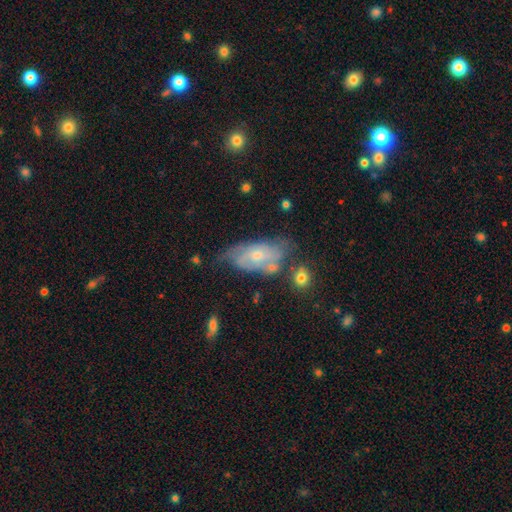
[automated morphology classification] Smooth or featured? featured or disk (63%)
Edge-on disk? no (91%)
Bar? no (71%)
Spiral arms? yes (76%)
Bulge size? small (56%)
Merging? none (45%)